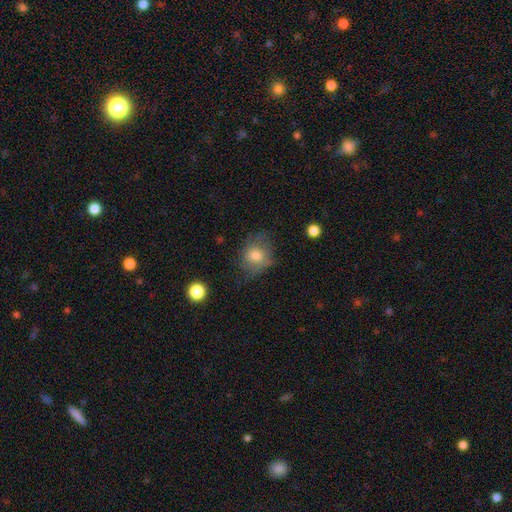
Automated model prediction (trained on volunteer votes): Q: Smooth or featured?
A: smooth (73%); runner-up: featured or disk (18%)
Q: How rounded?
A: round (65%); runner-up: in between (34%)
Q: Merging?
A: none (54%); runner-up: minor disturbance (28%)